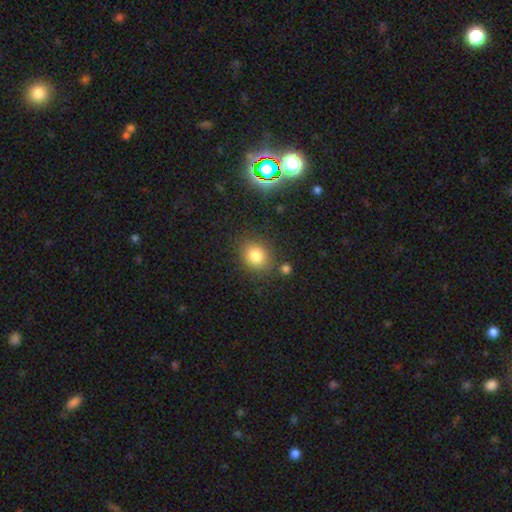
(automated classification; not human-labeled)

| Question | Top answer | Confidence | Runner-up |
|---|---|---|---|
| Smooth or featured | smooth | 81% | star or artifact (12%) |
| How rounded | round | 67% | in between (32%) |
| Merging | none | 81% | minor disturbance (11%) |